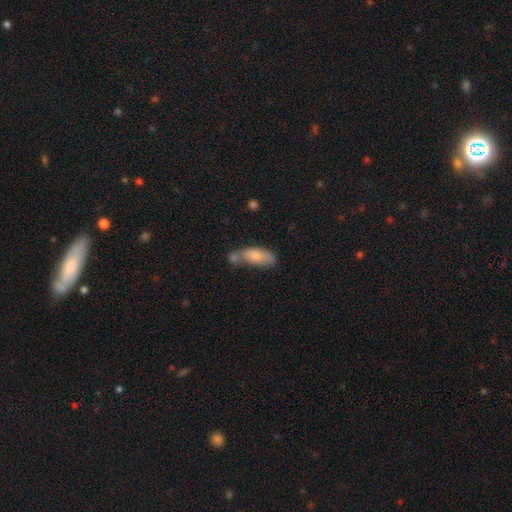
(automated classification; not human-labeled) Morphology: type=smooth (77%); roundness=in between (75%); merging=none (35%, tied with merger).